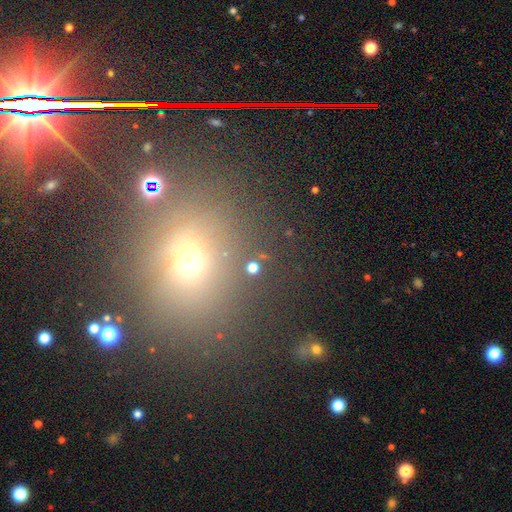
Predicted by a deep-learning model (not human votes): This appears to be a star or artifact, not a galaxy (46%).